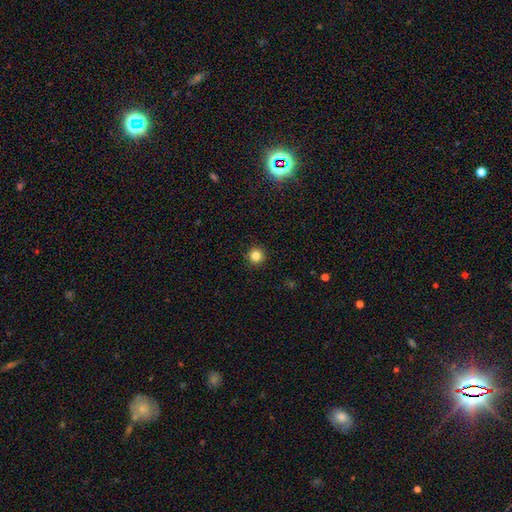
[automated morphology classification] smooth_or_featured: smooth (p=0.83) [alt: star or artifact p=0.12]
how_rounded: round (p=0.96) [alt: in between p=0.03]
merging: none (p=0.93) [alt: minor disturbance p=0.05]